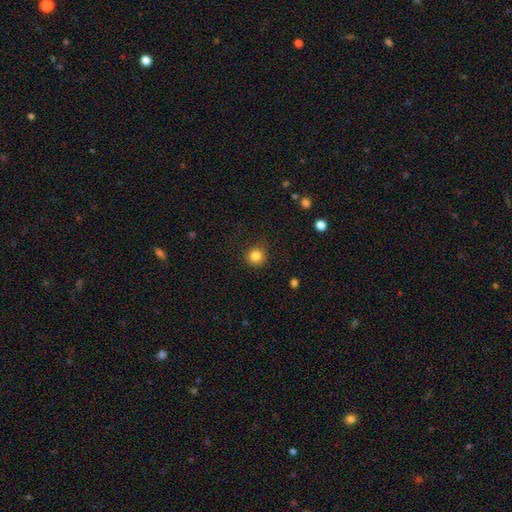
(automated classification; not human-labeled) Morphology: type=smooth (83%); roundness=round (92%); merging=none (85%).